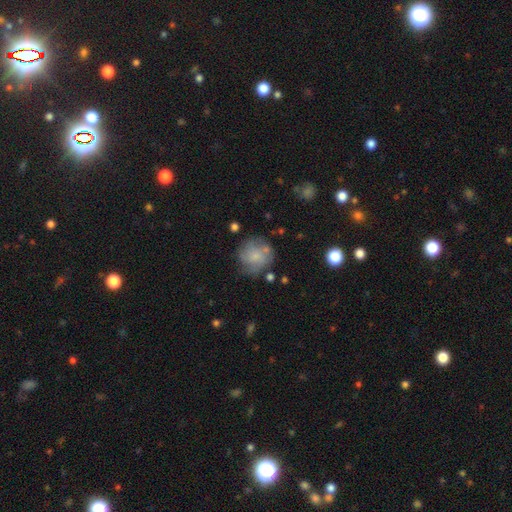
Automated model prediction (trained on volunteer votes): Smooth or featured?
  - smooth: 59% *
  - featured or disk: 32%
  - star or artifact: 8%
How rounded?
  - round: 88% *
  - in between: 11%
  - cigar-shaped: 1%
Merging?
  - none: 62% *
  - minor disturbance: 22%
  - major disturbance: 10%
  - merger: 5%